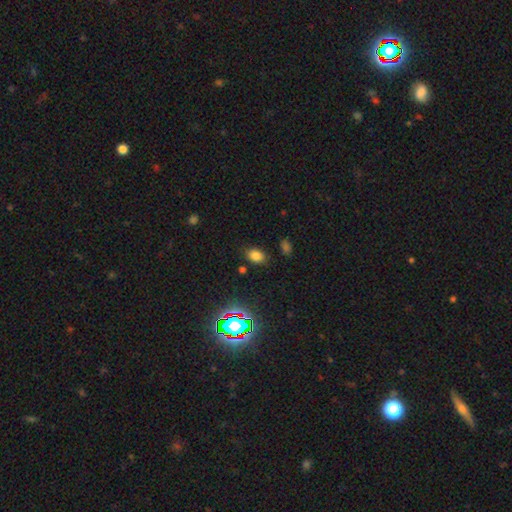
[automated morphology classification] smooth 75%, star or artifact 19%, featured or disk 6%. Down the decision tree: how rounded — in between (77%); merging — none (82%).